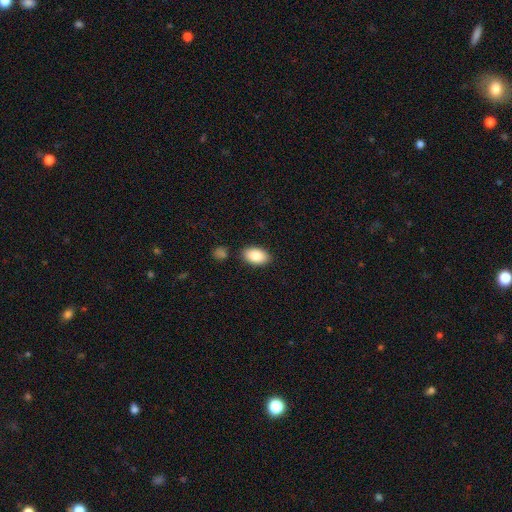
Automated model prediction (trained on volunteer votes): smooth 85%, featured or disk 8%, star or artifact 7%. Down the decision tree: how rounded — in between (93%); merging — none (85%).